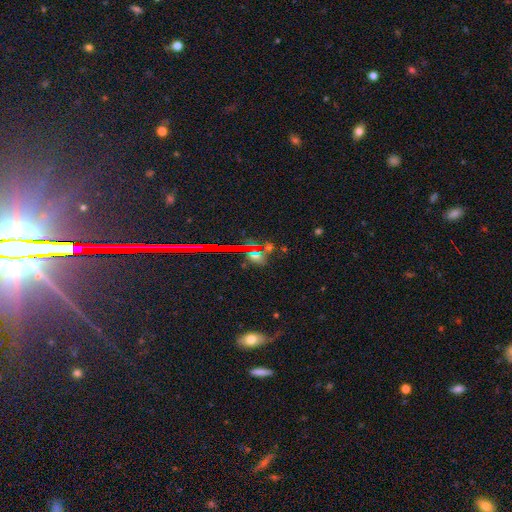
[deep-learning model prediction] star or artifact 59%, smooth 27%, featured or disk 15%.